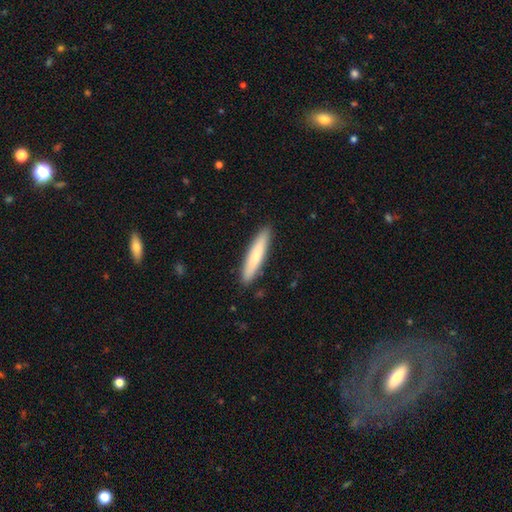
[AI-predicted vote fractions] smooth-or-featured: smooth: 73% | featured or disk: 22% | star or artifact: 5%
  how-rounded: cigar-shaped: 89% | in between: 9% | round: 1%
  merging: none: 90% | minor disturbance: 7% | major disturbance: 1% | merger: 1%